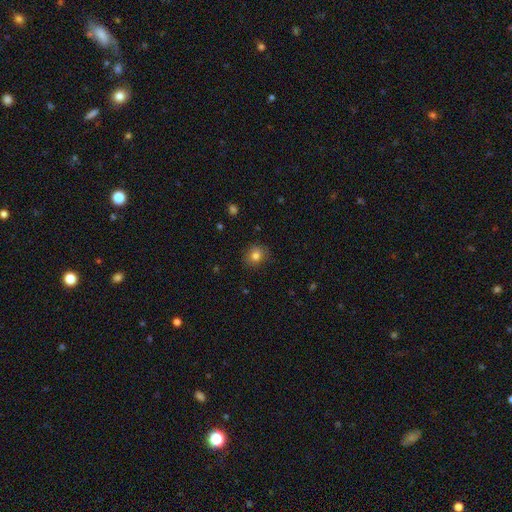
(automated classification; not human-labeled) This appears to be a smooth galaxy with no disk features (80%) that is round (73%). Merging: none (83%).